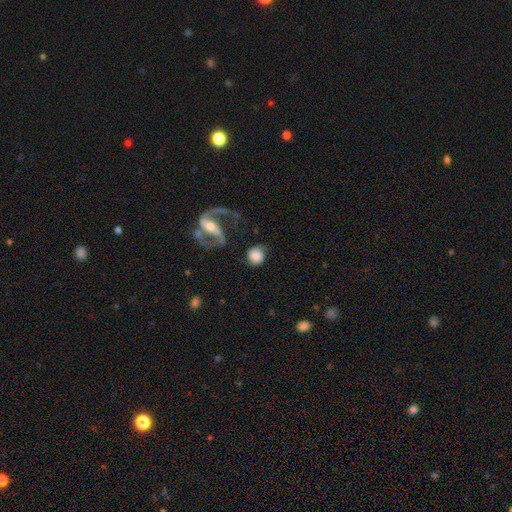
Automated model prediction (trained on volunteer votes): A smooth galaxy with no disk features (62%) that is round (87%).

Vote fractions:
- Smooth or featured? smooth: 62% / featured or disk: 29% / star or artifact: 8%
- How rounded? round: 87% / in between: 11% / cigar-shaped: 1%
- Merging? none: 69% / minor disturbance: 14% / major disturbance: 10% / merger: 7%